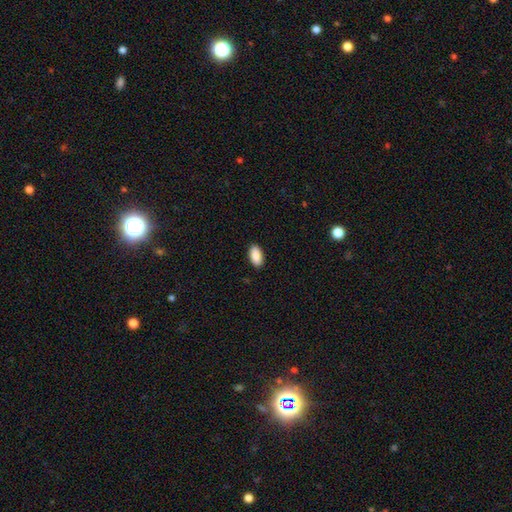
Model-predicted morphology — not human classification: Smooth or featured? smooth (91%)
How rounded? in between (95%)
Merging? none (90%)